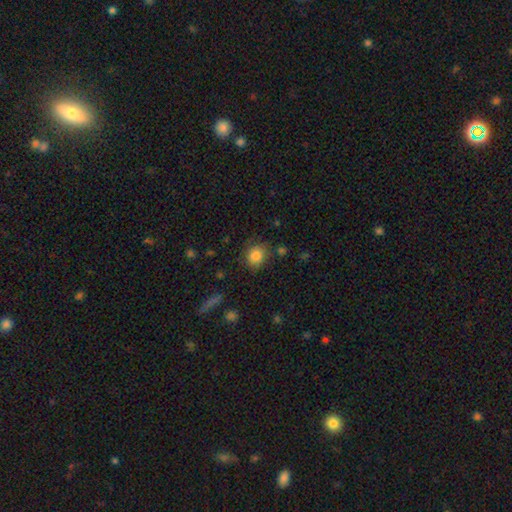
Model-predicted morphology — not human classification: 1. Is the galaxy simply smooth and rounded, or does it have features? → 84% smooth, 9% star or artifact, 6% featured or disk.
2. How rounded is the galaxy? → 74% round, 25% in between, 1% cigar-shaped.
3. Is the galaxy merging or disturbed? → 77% none, 16% minor disturbance, 5% major disturbance, 3% merger.